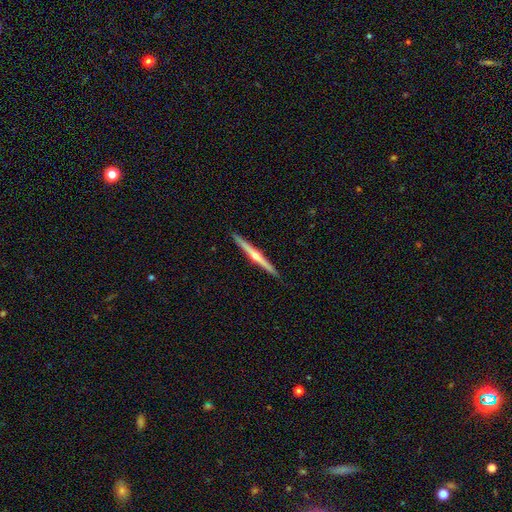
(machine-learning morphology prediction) featured or disk 75%, smooth 20%, star or artifact 5%. Down the decision tree: edge-on disk — yes (98%); edge-on bulge — rounded (86%); merging — none (92%).